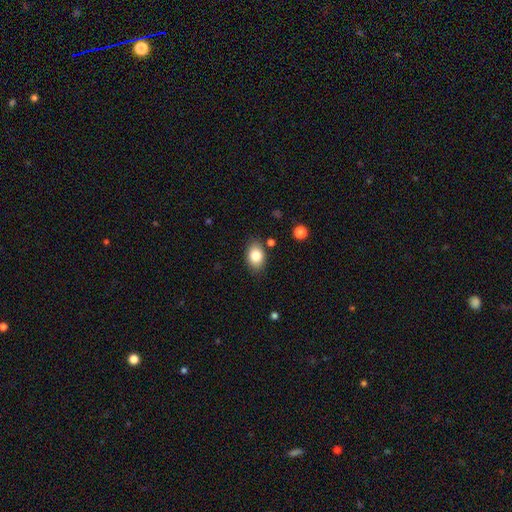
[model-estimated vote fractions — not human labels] Smooth or featured?
  - smooth: 82% *
  - featured or disk: 9%
  - star or artifact: 8%
How rounded?
  - in between: 81% *
  - round: 18%
  - cigar-shaped: 1%
Merging?
  - none: 83% *
  - minor disturbance: 12%
  - major disturbance: 3%
  - merger: 3%